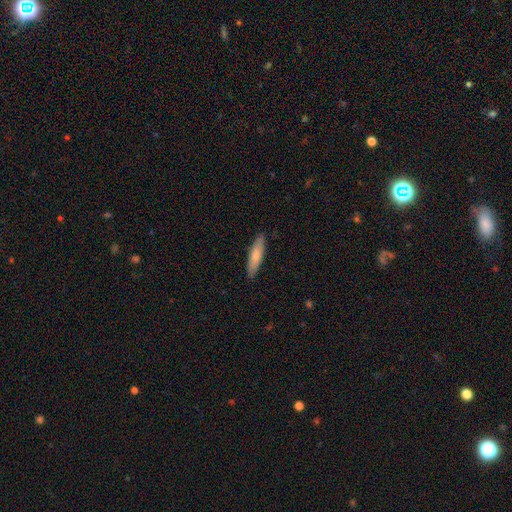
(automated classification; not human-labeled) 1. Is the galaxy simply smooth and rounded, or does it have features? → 76% smooth, 19% featured or disk, 5% star or artifact.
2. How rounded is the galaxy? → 78% cigar-shaped, 21% in between, 1% round.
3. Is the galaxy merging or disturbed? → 89% none, 8% minor disturbance, 2% major disturbance, 1% merger.